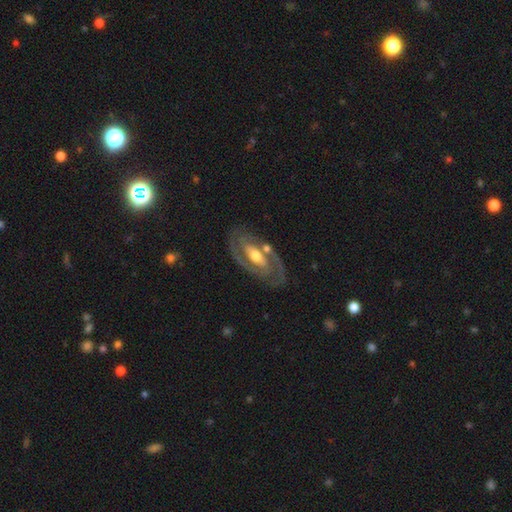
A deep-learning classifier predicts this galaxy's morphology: A featured or disk galaxy (87%) with no bar (36%), 2 (86%) tight (59%) spiral arms (92%) and a moderate central bulge (68%).

Vote fractions:
- Smooth or featured? featured or disk: 87% / smooth: 9% / star or artifact: 4%
- Edge-on disk? no: 95% / yes: 5%
- Bar? no: 36% / strong: 33% / weak: 31%
- Spiral arms? yes: 92% / no: 8%
- Spiral winding? tight: 59% / medium: 34% / loose: 7%
- Spiral arm count? 2: 86% / can't tell: 6% / 1: 3% / 3: 2% / 4: 1% / more than 4: 1%
- Bulge size? moderate: 68% / small: 20% / large: 9% / none: 1% / dominant: 1%
- Merging? none: 76% / minor disturbance: 13% / major disturbance: 5% / merger: 5%